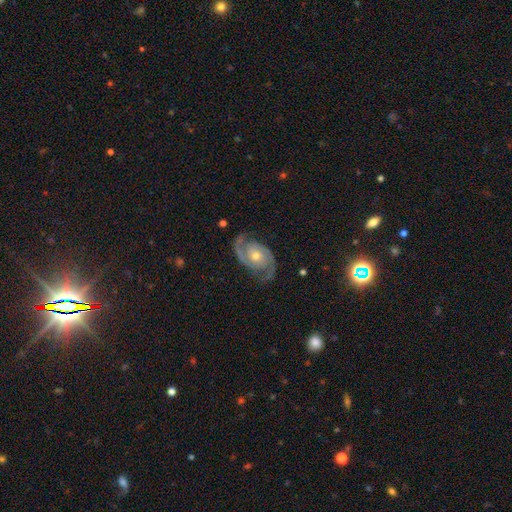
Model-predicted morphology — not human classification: featured or disk 91%, smooth 4%, star or artifact 4%. Down the decision tree: edge-on disk — no (97%); bar — no (70%); spiral arms — yes (98%); spiral arm count — 2 (93%); spiral winding — medium (52%); bulge size — moderate (56%); merging — none (79%).